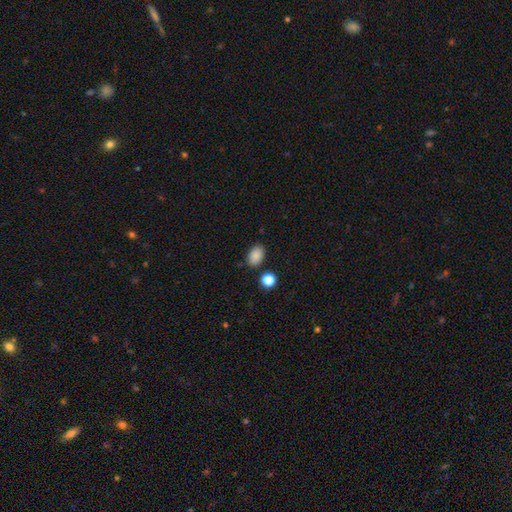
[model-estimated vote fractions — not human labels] This is clearly a smooth galaxy (87%). How rounded: clearly in between (85%). Merging: clearly none (83%).